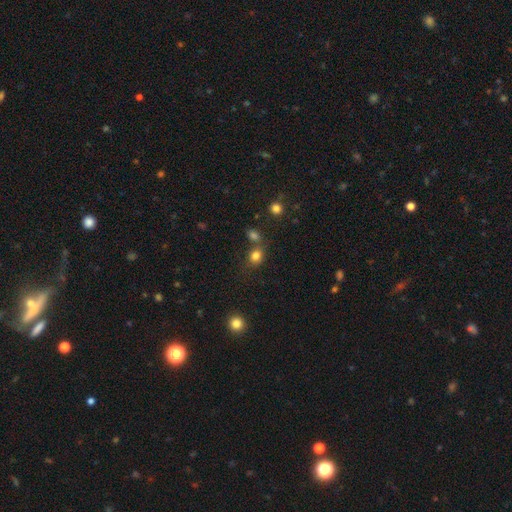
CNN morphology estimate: smooth_or_featured: smooth (p=0.80) [alt: star or artifact p=0.14]
how_rounded: round (p=0.60) [alt: in between p=0.39]
merging: none (p=0.59) [alt: merger p=0.21]